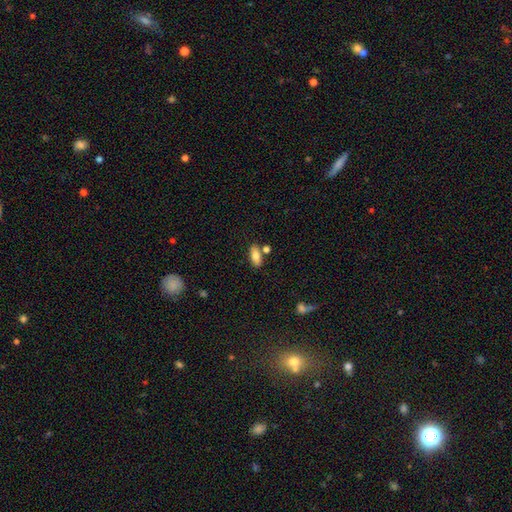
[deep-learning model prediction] The model was most divided on "merging": none: 74%, merger: 12%, minor disturbance: 11%, major disturbance: 3%. More confident: how rounded — in between (86%); smooth or featured — smooth (82%).